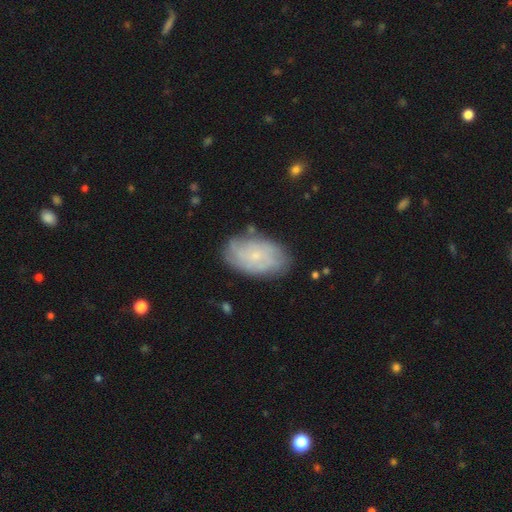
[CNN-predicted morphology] smooth_or_featured: featured or disk (p=0.60) [alt: smooth p=0.33]
disk_edge_on: no (p=0.95) [alt: yes p=0.05]
bar: no (p=0.79) [alt: weak p=0.18]
has_spiral_arms: yes (p=0.83) [alt: no p=0.17]
bulge_size: small (p=0.80) [alt: moderate p=0.13]
merging: none (p=0.77) [alt: minor disturbance p=0.17]